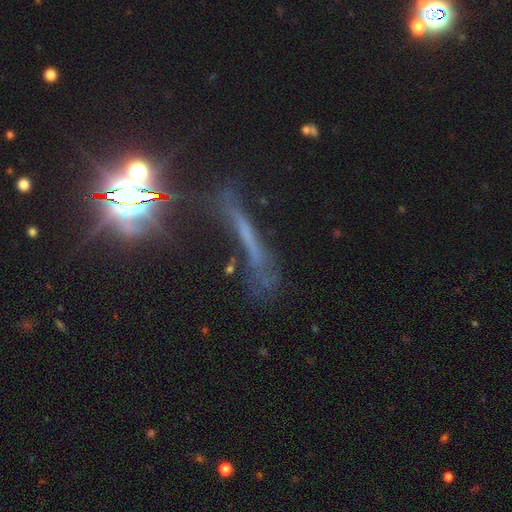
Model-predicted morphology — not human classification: Q: Smooth or featured?
A: smooth (36%); runner-up: featured or disk (35%)
Q: Merging?
A: none (54%); runner-up: minor disturbance (22%)